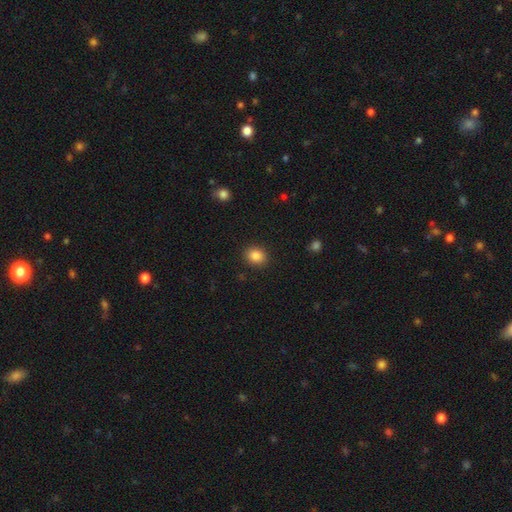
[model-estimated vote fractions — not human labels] smooth_or_featured: smooth (p=0.85) [alt: star or artifact p=0.10]
how_rounded: round (p=0.65) [alt: in between p=0.34]
merging: none (p=0.89) [alt: minor disturbance p=0.07]